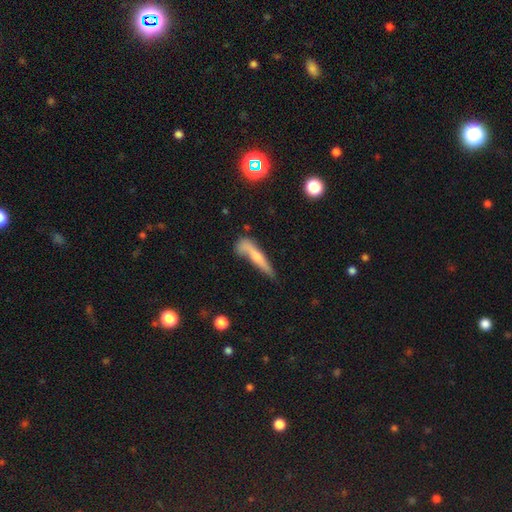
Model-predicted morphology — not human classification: Overall: smooth (57%; featured or disk 35%). How rounded: cigar-shaped (87%). Merging: none (47%; minor disturbance 26%).